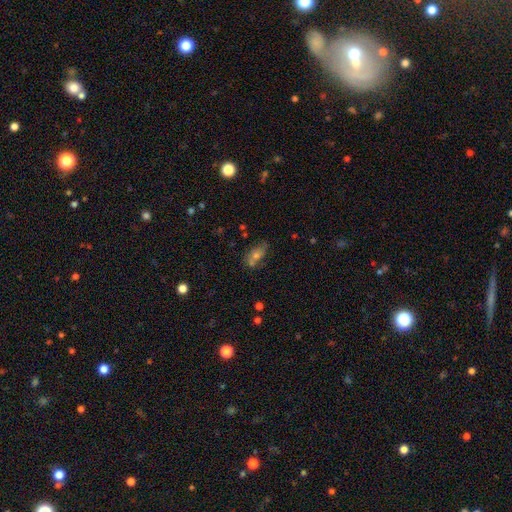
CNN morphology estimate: type=smooth (47%); merging=none (64%).